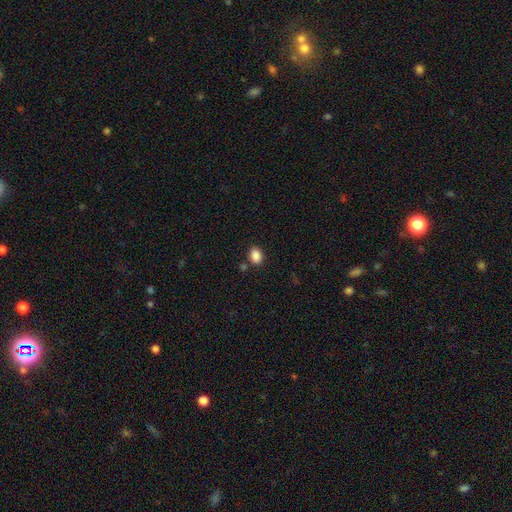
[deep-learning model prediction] This appears to be a smooth galaxy with no disk features (88%) that is in between round and cigar-shaped (73%). Merging: none (81%).